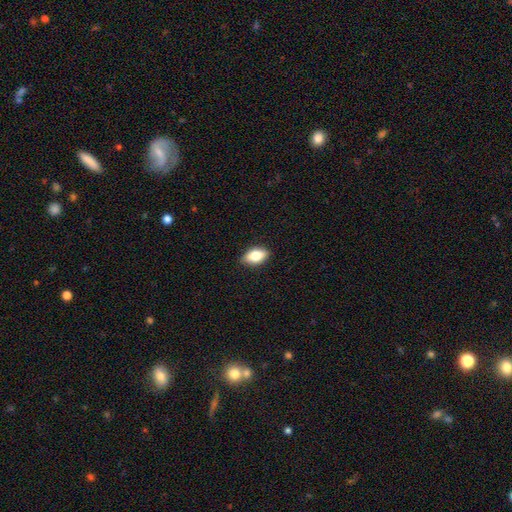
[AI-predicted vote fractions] A smooth galaxy with no disk features (78%) that is in between round and cigar-shaped (89%). Merging: none (86%).